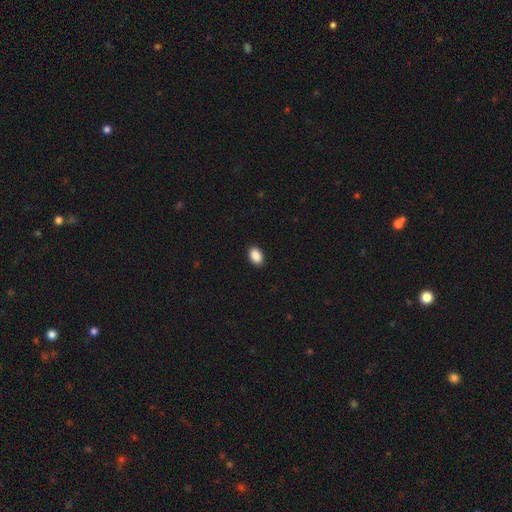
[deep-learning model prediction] The model was most divided on "how rounded": in between: 85%, round: 14%, cigar-shaped: 1%. More confident: merging — none (91%); smooth or featured — smooth (90%).